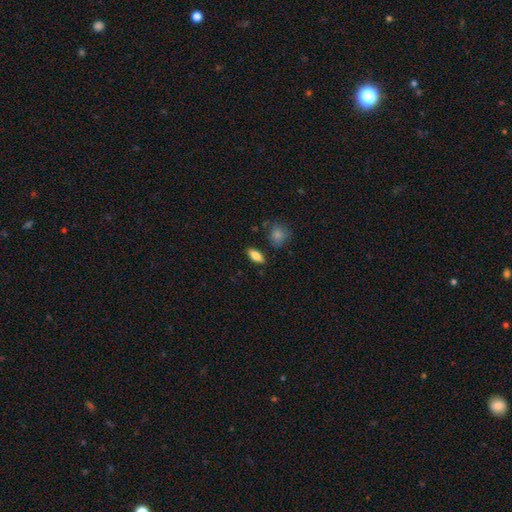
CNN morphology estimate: Smooth or featured? smooth (80%)
How rounded? in between (80%)
Merging? none (85%)